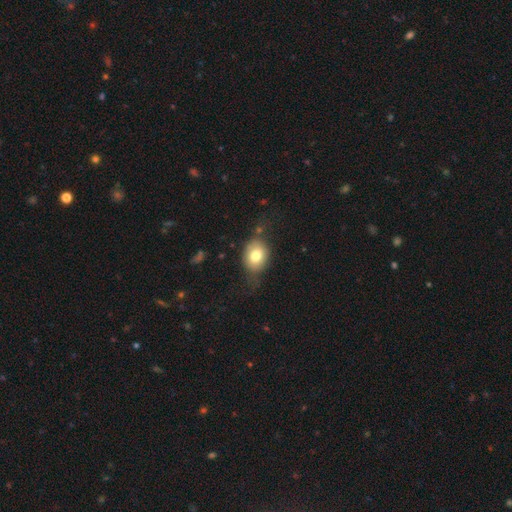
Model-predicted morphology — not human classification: Q: Smooth or featured?
A: smooth (75%); runner-up: featured or disk (16%)
Q: How rounded?
A: in between (54%); runner-up: round (45%)
Q: Merging?
A: none (62%); runner-up: minor disturbance (25%)